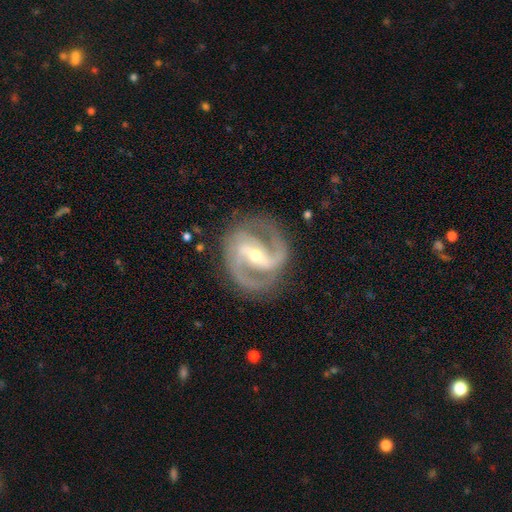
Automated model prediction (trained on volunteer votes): Smooth or featured: featured or disk — 92% (star or artifact — 4%)
Edge-on disk: no — 97% (yes — 3%)
Bar: strong — 56% (weak — 32%)
Spiral arms: yes — 98% (no — 2%)
Spiral winding: medium — 60% (tight — 27%)
Spiral arm count: 2 — 84% (3 — 9%)
Bulge size: small — 50% (moderate — 47%)
Merging: none — 81% (minor disturbance — 12%)